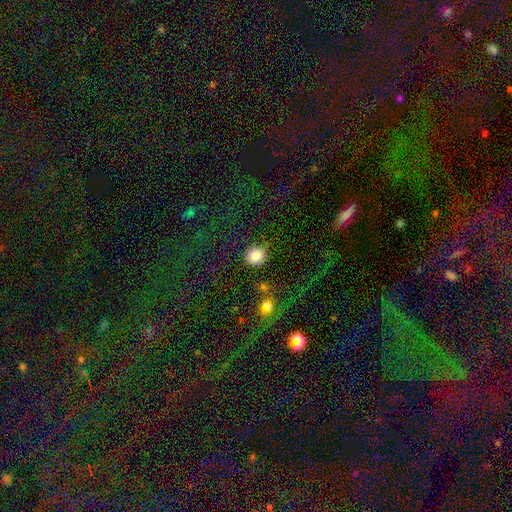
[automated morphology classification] type=smooth (84%); roundness=round (77%); merging=none (79%).